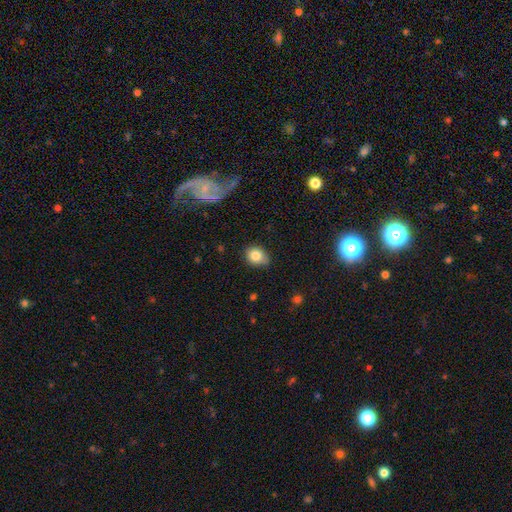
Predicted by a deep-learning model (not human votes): Smooth or featured?
  - smooth: 83% *
  - star or artifact: 9%
  - featured or disk: 8%
How rounded?
  - in between: 51% *
  - round: 48%
  - cigar-shaped: 1%
Merging?
  - none: 74% *
  - minor disturbance: 21%
  - major disturbance: 3%
  - merger: 2%